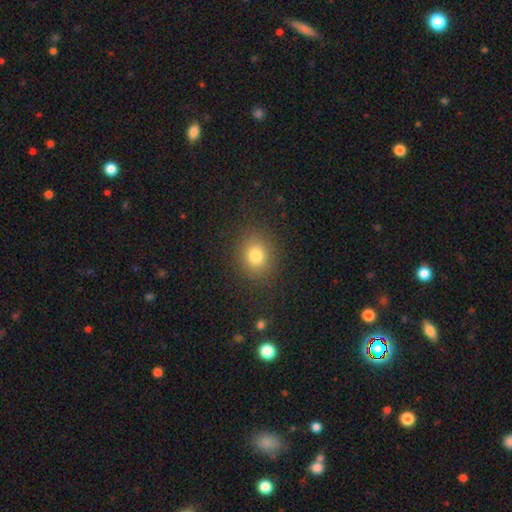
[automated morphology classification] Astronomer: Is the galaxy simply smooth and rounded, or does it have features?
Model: smooth — 79%.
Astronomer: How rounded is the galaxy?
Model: round — 68%.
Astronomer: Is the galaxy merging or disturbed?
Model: none — 87%.